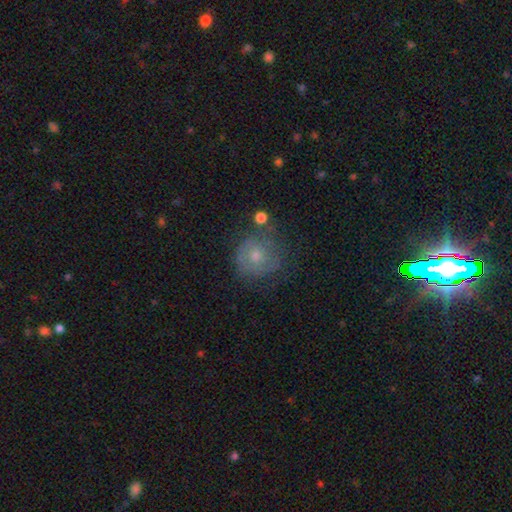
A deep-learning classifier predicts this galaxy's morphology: smooth_or_featured: smooth (p=0.51) [alt: featured or disk p=0.38]
how_rounded: round (p=0.86) [alt: in between p=0.13]
merging: none (p=0.60) [alt: minor disturbance p=0.23]